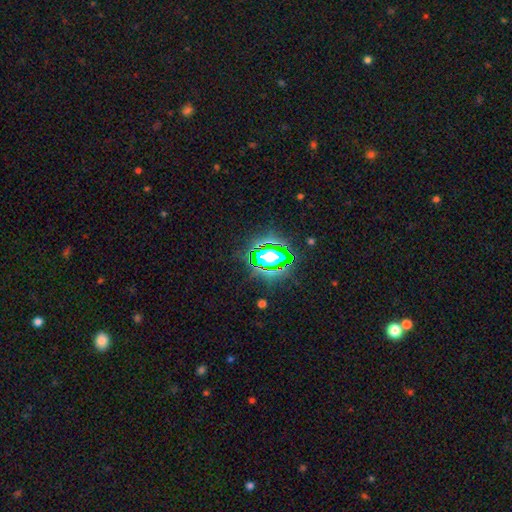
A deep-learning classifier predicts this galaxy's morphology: Overall: star or artifact (81%).